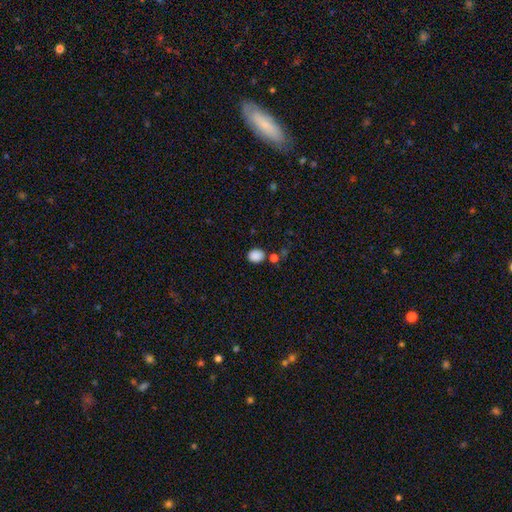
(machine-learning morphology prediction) This is clearly a smooth galaxy (87%). How rounded: possibly round (53%). Merging: likely none (76%).